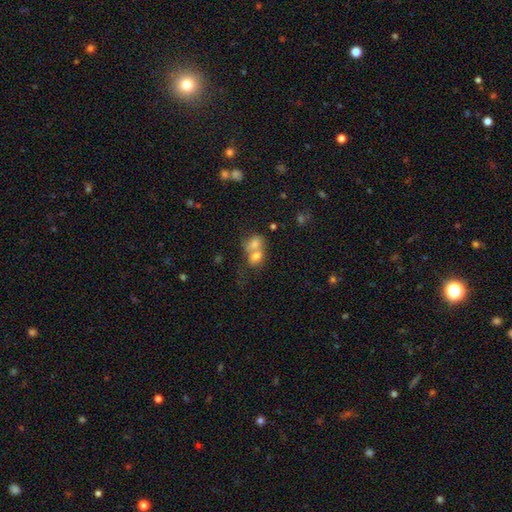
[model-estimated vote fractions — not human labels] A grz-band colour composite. It shows a smooth galaxy with no disk features (68%) that is in between round and cigar-shaped (53%). Merging: merger (72%).